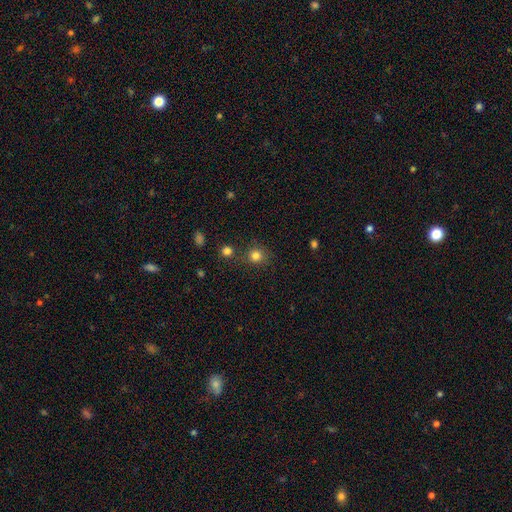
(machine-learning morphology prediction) smooth 81%, star or artifact 14%, featured or disk 6%. Down the decision tree: how rounded — round (88%); merging — none (77%).